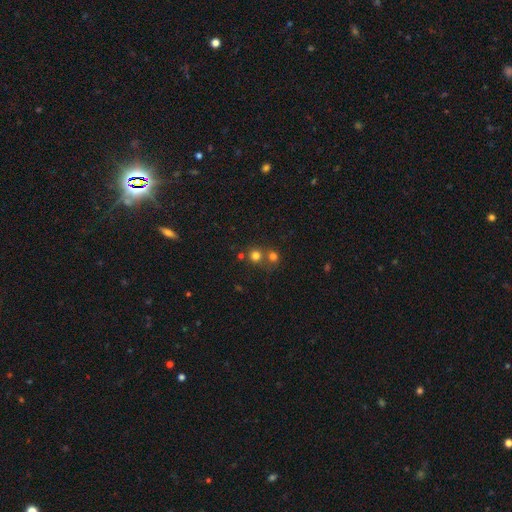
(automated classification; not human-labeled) This appears to be a smooth galaxy with no disk features (72%) that is round (89%). Merging: none (56%).